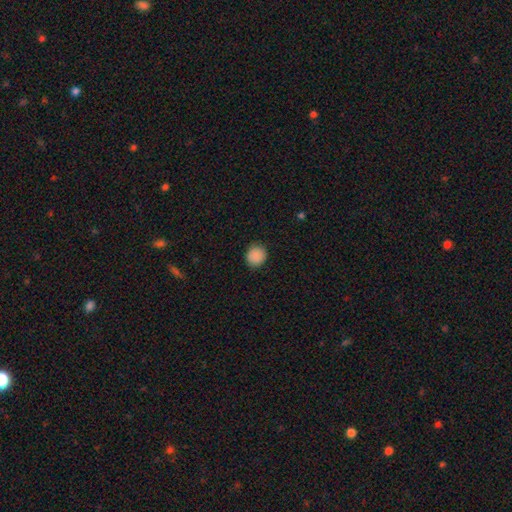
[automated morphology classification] Smooth or featured: smooth — 89% (star or artifact — 8%)
How rounded: round — 88% (in between — 11%)
Merging: none — 89% (minor disturbance — 8%)